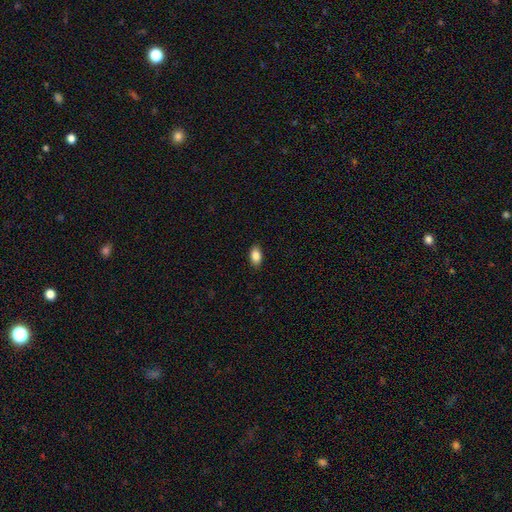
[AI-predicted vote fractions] Smooth or featured? Predicted: smooth (p=0.87). How rounded? Predicted: in between (p=0.90). Merging? Predicted: none (p=0.89).